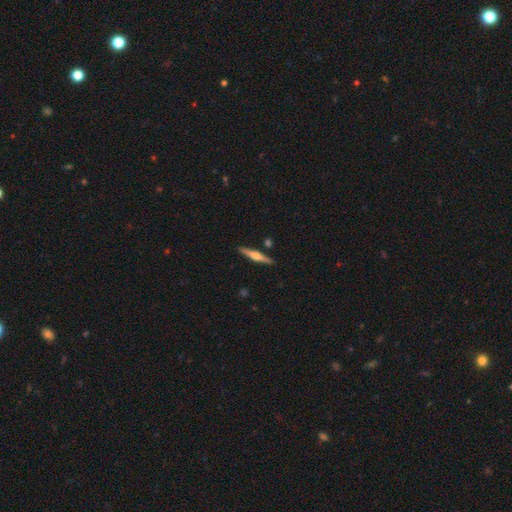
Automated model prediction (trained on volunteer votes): Smooth or featured? Predicted: featured or disk (p=0.62). Edge-on disk? Predicted: yes (p=0.97). Edge-on bulge? Predicted: rounded (p=0.86). Merging? Predicted: none (p=0.89).